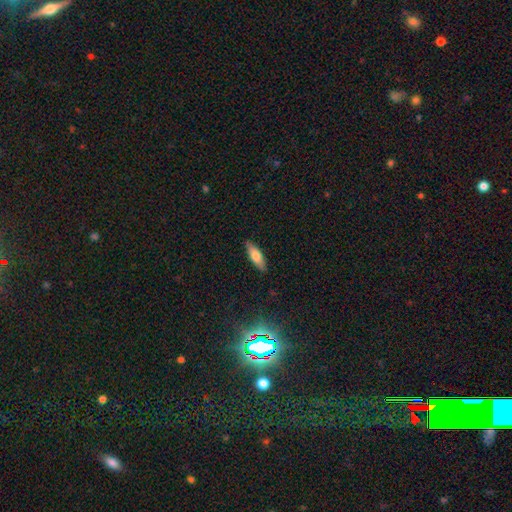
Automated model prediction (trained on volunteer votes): Q: Smooth or featured?
A: smooth (72%); runner-up: featured or disk (22%)
Q: How rounded?
A: in between (52%); runner-up: cigar-shaped (46%)
Q: Merging?
A: none (86%); runner-up: minor disturbance (11%)